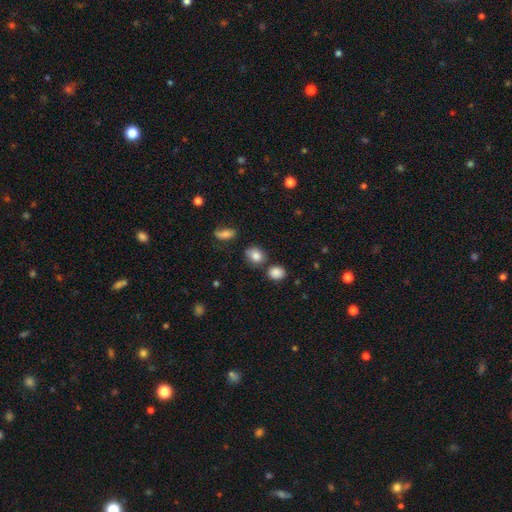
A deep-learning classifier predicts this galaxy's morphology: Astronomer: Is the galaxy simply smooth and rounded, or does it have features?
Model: smooth — 83%.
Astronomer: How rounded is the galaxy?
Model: round — 55% (runner-up: in between, 43%).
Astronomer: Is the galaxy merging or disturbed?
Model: none — 69%.